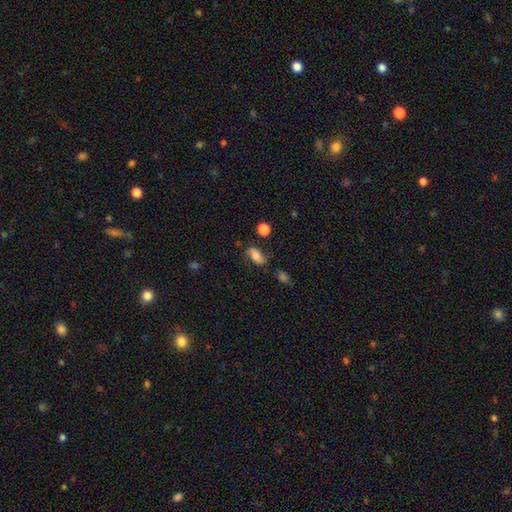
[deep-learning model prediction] Overall: smooth (59%; featured or disk 31%). How rounded: in between (85%). Merging: none (66%).